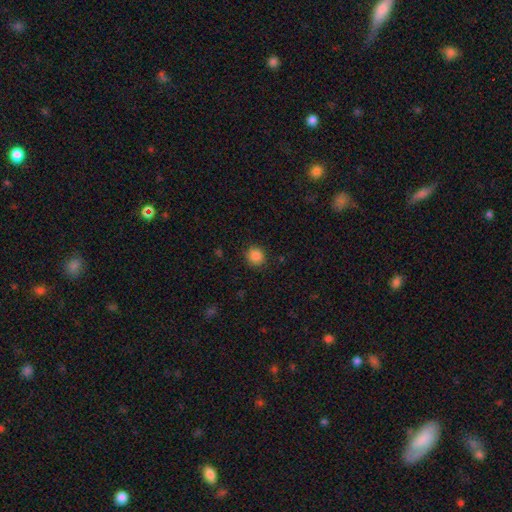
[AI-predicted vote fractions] smooth 86%, star or artifact 11%, featured or disk 3%. Down the decision tree: how rounded — round (92%); merging — none (88%).